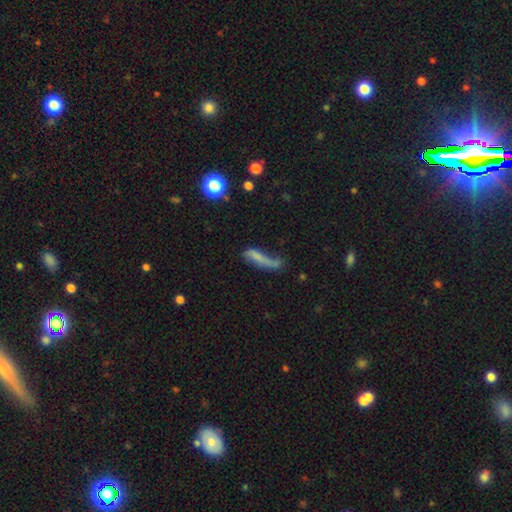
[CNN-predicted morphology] Overall: smooth (50%; featured or disk 38%). Merging: none (33%; major disturbance 28%).